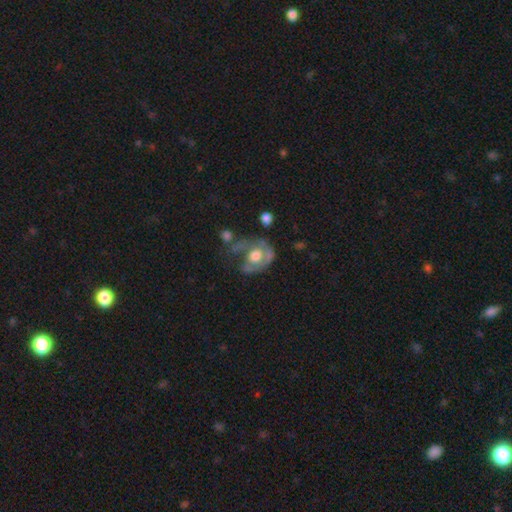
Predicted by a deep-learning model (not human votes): smooth-or-featured: featured or disk: 55% | smooth: 37% | star or artifact: 8%
  disk-edge-on: no: 95% | yes: 5%
    bar: no: 85% | weak: 12% | strong: 3%
    has-spiral-arms: no: 66% | yes: 34%
    bulge-size: moderate: 50% | large: 40% | small: 5% | dominant: 3% | none: 3%
  merging: major disturbance: 34% | none: 33% | minor disturbance: 22% | merger: 11%